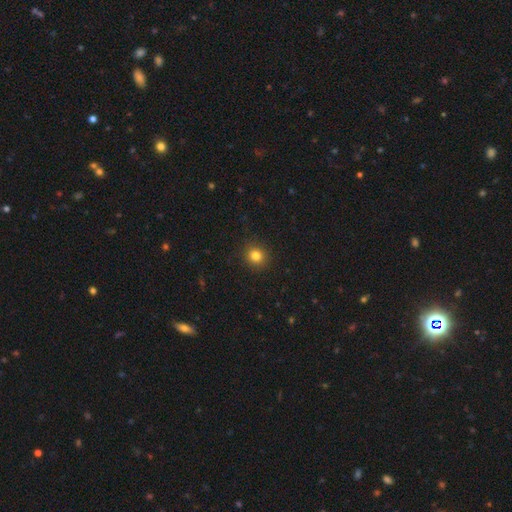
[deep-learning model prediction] smooth_or_featured: smooth (p=0.82) [alt: star or artifact p=0.13]
how_rounded: round (p=0.87) [alt: in between p=0.12]
merging: none (p=0.92) [alt: minor disturbance p=0.06]